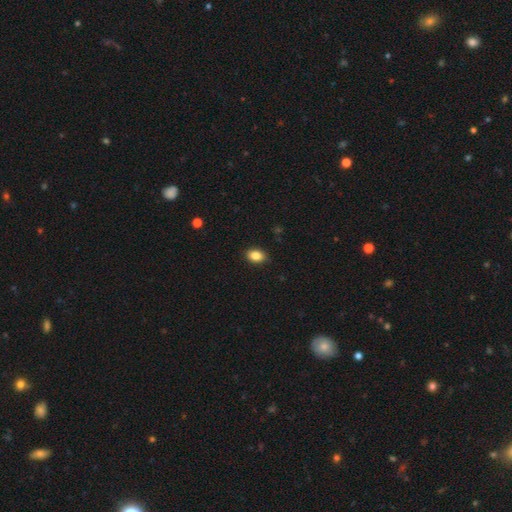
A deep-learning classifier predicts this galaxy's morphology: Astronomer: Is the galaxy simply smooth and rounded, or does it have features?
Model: smooth — 86%.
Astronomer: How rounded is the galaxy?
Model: in between — 80%.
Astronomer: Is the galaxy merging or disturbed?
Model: none — 89%.